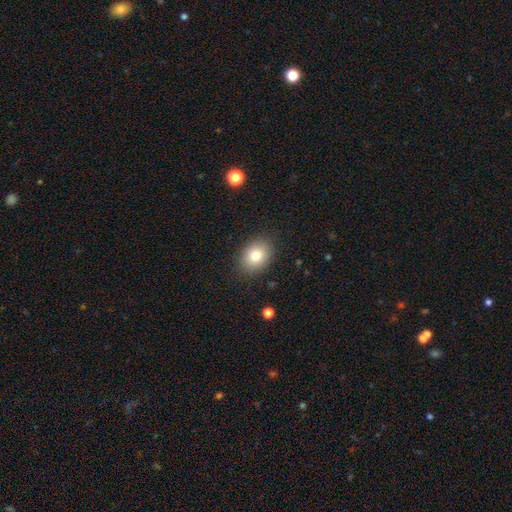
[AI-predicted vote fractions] This is clearly a smooth galaxy (81%). How rounded: likely in between (61%). Merging: clearly none (87%).